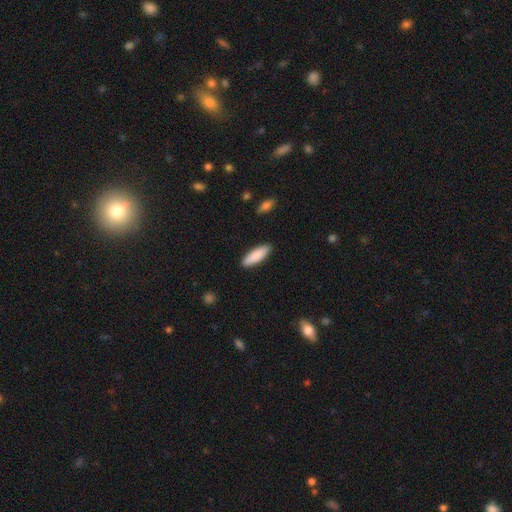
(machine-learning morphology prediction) Smooth or featured: smooth — 87% (featured or disk — 7%)
How rounded: in between — 51% (cigar-shaped — 48%)
Merging: none — 89% (minor disturbance — 8%)